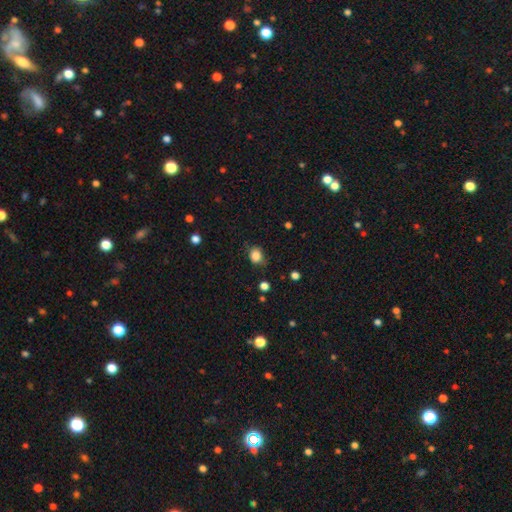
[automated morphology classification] Smooth or featured? Predicted: smooth (p=0.84). How rounded? Predicted: round (p=0.64). Merging? Predicted: none (p=0.69).